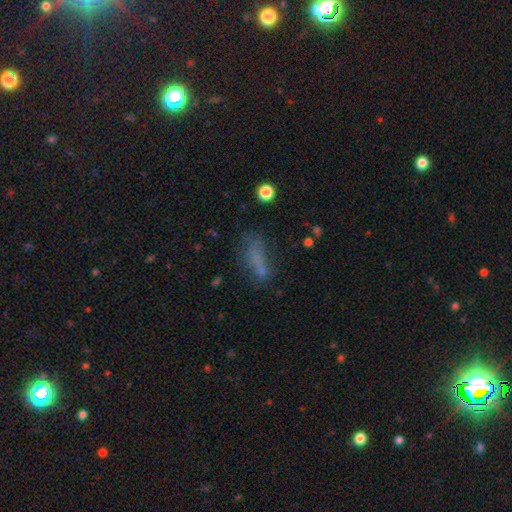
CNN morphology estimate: type=smooth (62%); roundness=in between (59%); merging=none (44%).